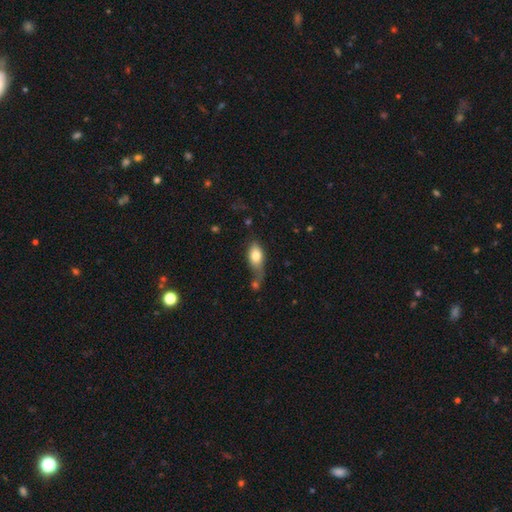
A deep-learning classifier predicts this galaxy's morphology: Overall: smooth (77%). How rounded: in between (86%). Merging: none (36%; merger 25%).